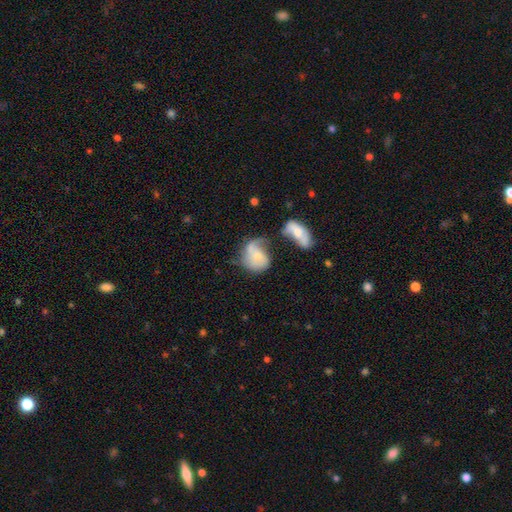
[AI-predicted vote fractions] Q: Smooth or featured?
A: smooth (49%); runner-up: featured or disk (44%)
Q: Merging?
A: merger (34%); runner-up: major disturbance (25%)